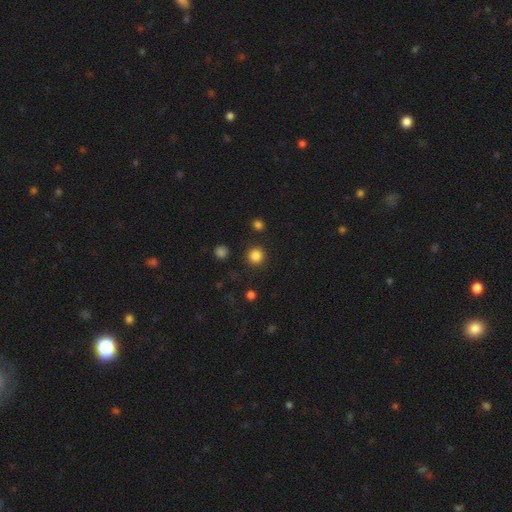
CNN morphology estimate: Smooth or featured?
  - smooth: 84% *
  - star or artifact: 13%
  - featured or disk: 4%
How rounded?
  - round: 95% *
  - in between: 4%
  - cigar-shaped: 1%
Merging?
  - none: 91% *
  - minor disturbance: 5%
  - major disturbance: 2%
  - merger: 2%